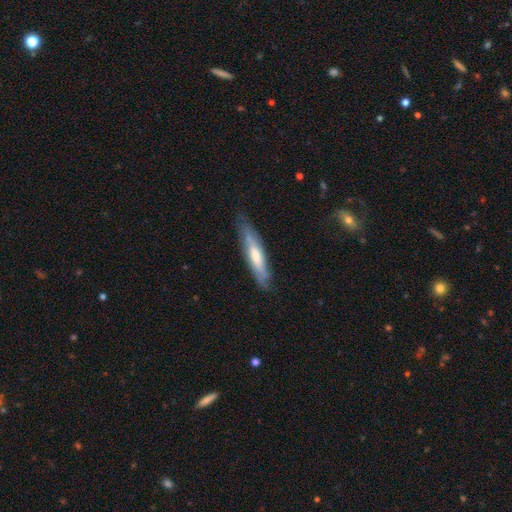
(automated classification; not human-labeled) Smooth or featured: smooth — 48% (featured or disk — 46%)
Merging: none — 75% (minor disturbance — 19%)